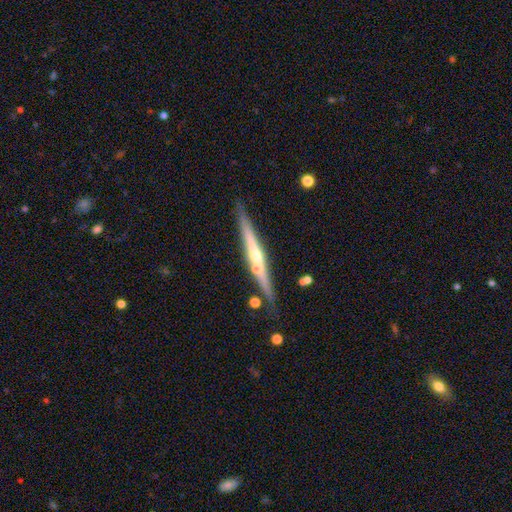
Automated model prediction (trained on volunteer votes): A featured or disk galaxy (69%) viewed edge-on (96%) with a rounded central bulge (74%). Merging: none (78%).